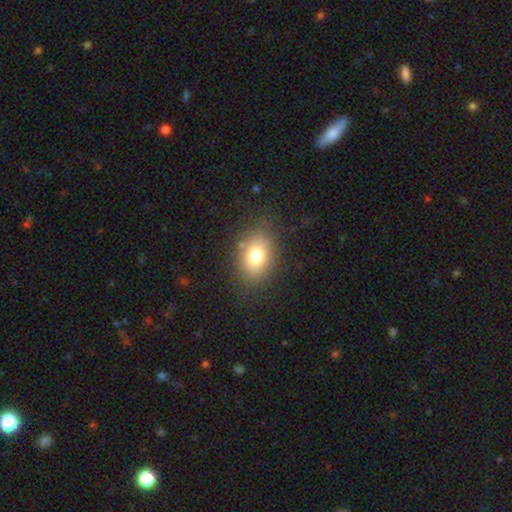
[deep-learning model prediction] smooth_or_featured: smooth (p=0.75) [alt: featured or disk p=0.14]
how_rounded: in between (p=0.71) [alt: round p=0.27]
merging: none (p=0.80) [alt: minor disturbance p=0.13]